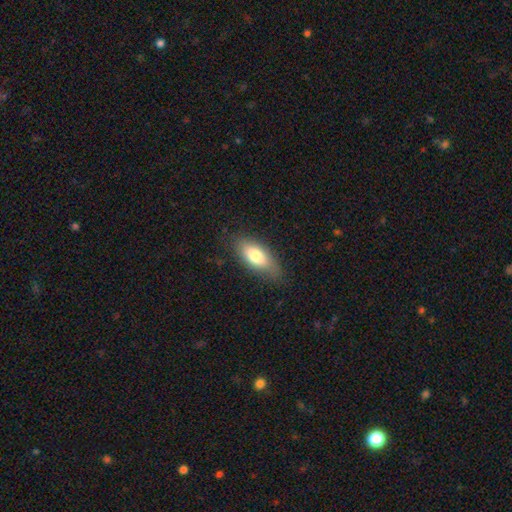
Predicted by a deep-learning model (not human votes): smooth-or-featured: smooth: 76% | featured or disk: 17% | star or artifact: 7%
  how-rounded: in between: 81% | cigar-shaped: 16% | round: 3%
  merging: none: 78% | minor disturbance: 17% | major disturbance: 4% | merger: 1%